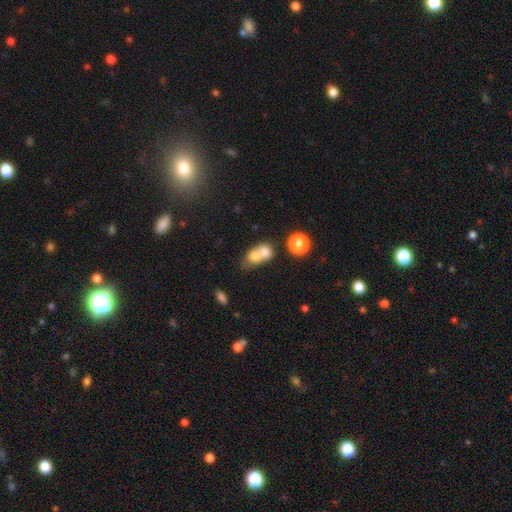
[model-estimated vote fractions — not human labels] This is likely a smooth galaxy (71%). How rounded: possibly round (58%). Merging: likely merger (71%).